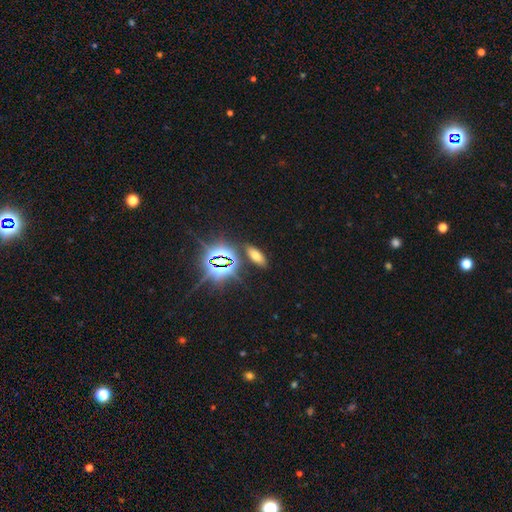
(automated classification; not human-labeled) A smooth galaxy with no disk features (53%) that is in between round and cigar-shaped (76%).

Vote fractions:
- Smooth or featured? smooth: 53% / star or artifact: 36% / featured or disk: 11%
- How rounded? in between: 76% / cigar-shaped: 18% / round: 6%
- Merging? none: 85% / minor disturbance: 8% / merger: 4% / major disturbance: 3%